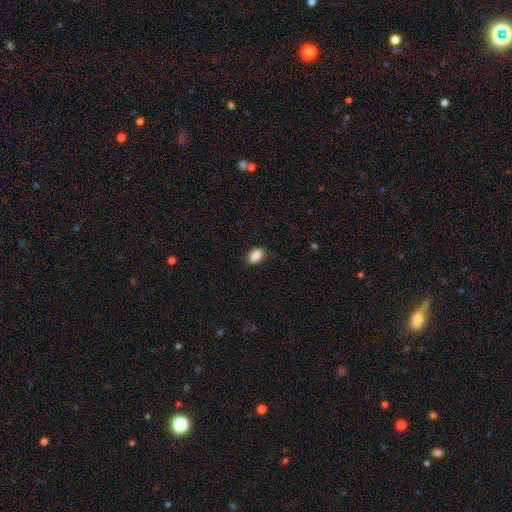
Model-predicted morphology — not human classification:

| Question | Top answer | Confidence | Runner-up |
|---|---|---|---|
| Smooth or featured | smooth | 89% | star or artifact (8%) |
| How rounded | in between | 91% | round (6%) |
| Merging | none | 82% | minor disturbance (14%) |